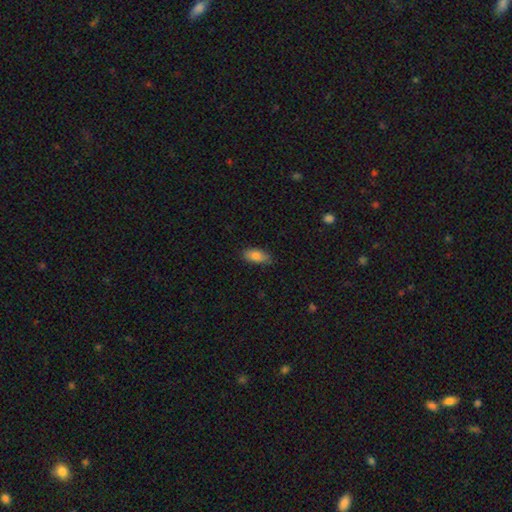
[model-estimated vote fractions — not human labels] Morphology: type=smooth (84%); roundness=in between (88%); merging=none (81%).